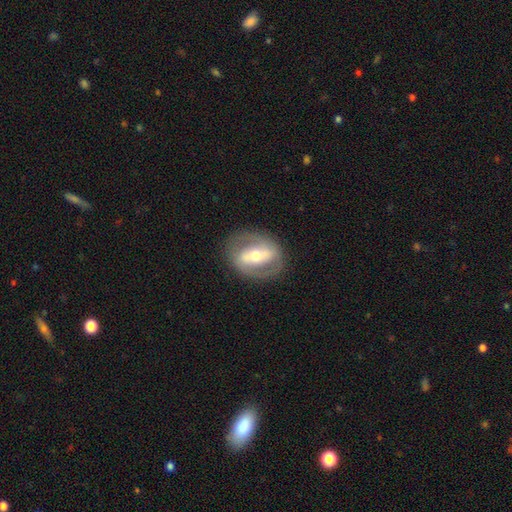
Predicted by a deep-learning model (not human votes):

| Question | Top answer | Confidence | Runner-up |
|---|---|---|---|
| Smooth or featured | featured or disk | 73% | smooth (21%) |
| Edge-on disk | no | 92% | yes (8%) |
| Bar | strong | 57% | weak (25%) |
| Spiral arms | yes | 55% | no (45%) |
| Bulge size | moderate | 63% | small (29%) |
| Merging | none | 81% | minor disturbance (11%) |